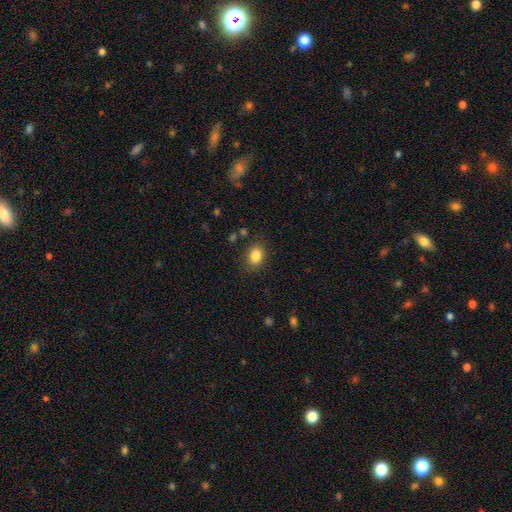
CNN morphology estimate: Smooth or featured? smooth (85%)
How rounded? in between (62%)
Merging? none (83%)